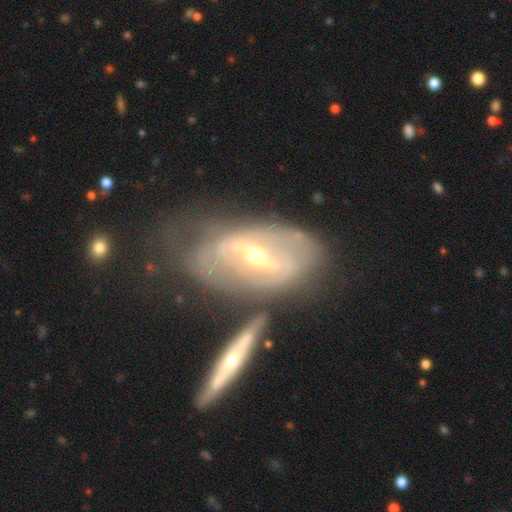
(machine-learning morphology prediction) A featured or disk galaxy (83%) with a strong bar (60%), 2 (57%) tight (46%) spiral arms (74%) and a moderate central bulge (50%). Merging: none (54%).